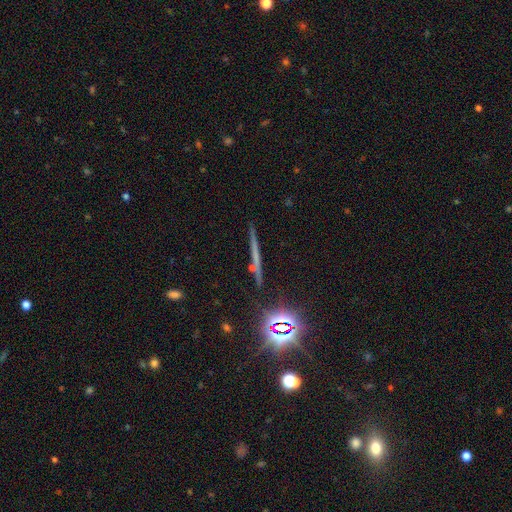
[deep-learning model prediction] This is marginally a featured or disk galaxy (37%). Merging: clearly none (86%).